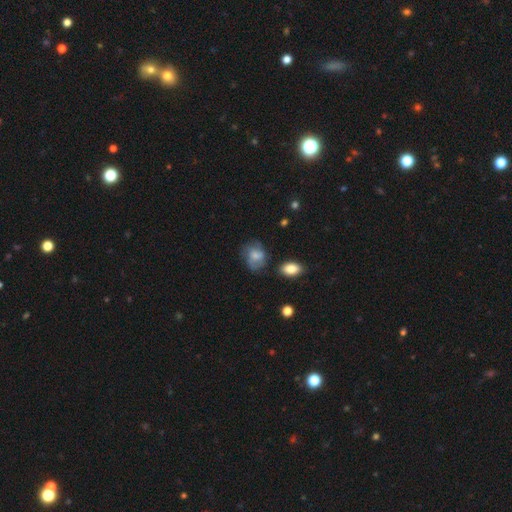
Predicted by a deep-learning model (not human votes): Smooth or featured? Predicted: smooth (p=0.55). How rounded? Predicted: in between (p=0.54). Merging? Predicted: none (p=0.55).